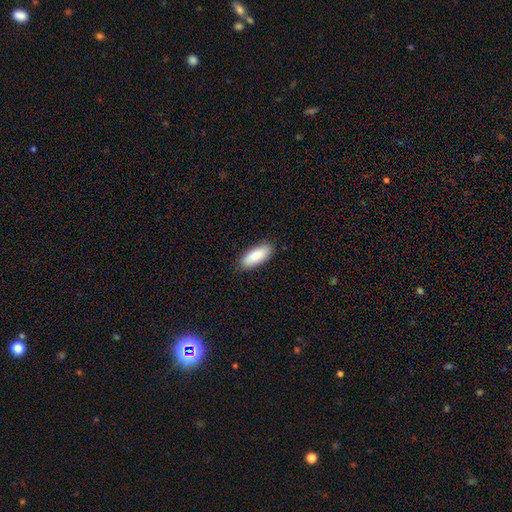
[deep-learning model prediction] A smooth galaxy with no disk features (88%) that is in between round and cigar-shaped (76%).

Vote fractions:
- Smooth or featured? smooth: 88% / featured or disk: 6% / star or artifact: 6%
- How rounded? in between: 76% / cigar-shaped: 23% / round: 2%
- Merging? none: 88% / minor disturbance: 9% / major disturbance: 2% / merger: 1%